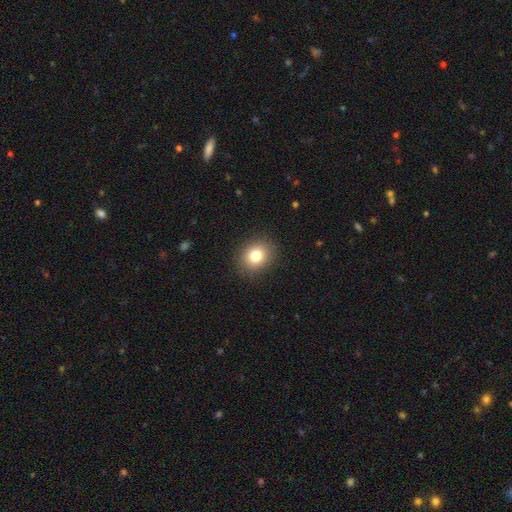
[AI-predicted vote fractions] Overall: smooth (80%). How rounded: round (63%; in between 36%). Merging: none (89%).